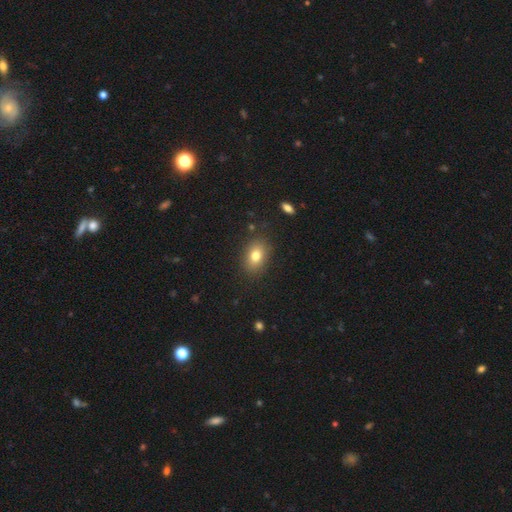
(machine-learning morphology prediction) smooth 79%, featured or disk 11%, star or artifact 10%. Down the decision tree: how rounded — in between (78%); merging — none (85%).